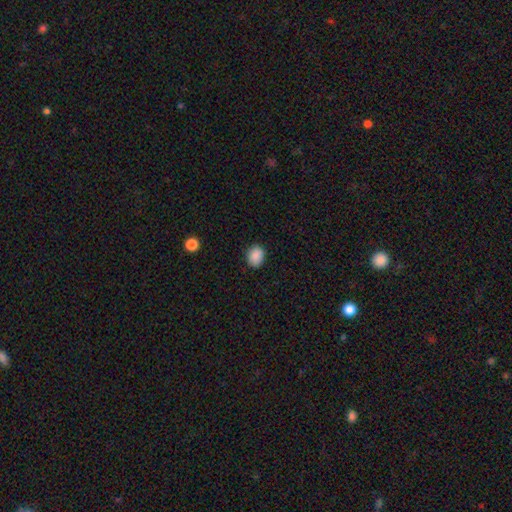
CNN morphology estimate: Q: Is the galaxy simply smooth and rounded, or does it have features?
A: smooth — 88%.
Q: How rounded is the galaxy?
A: in between — 52%.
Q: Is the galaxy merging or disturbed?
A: none — 84%.